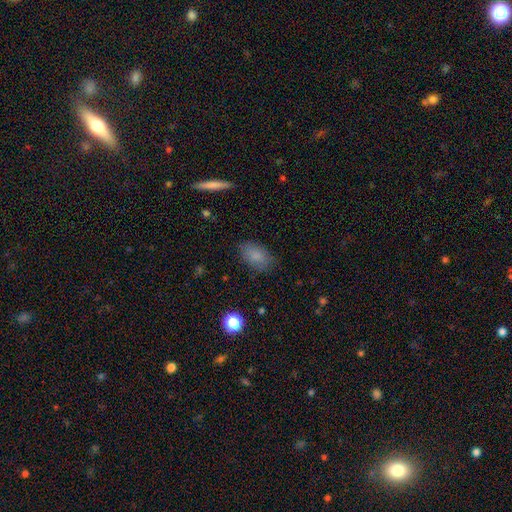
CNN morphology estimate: Smooth or featured? Predicted: smooth (p=0.83). How rounded? Predicted: in between (p=0.89). Merging? Predicted: none (p=0.79).